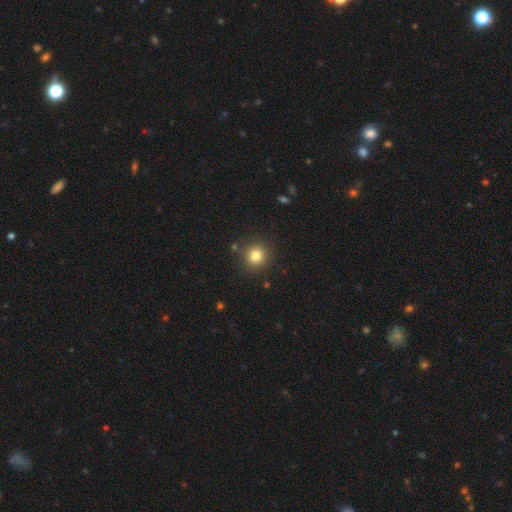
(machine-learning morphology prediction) smooth 81%, star or artifact 13%, featured or disk 6%. Down the decision tree: how rounded — round (92%); merging — none (88%).